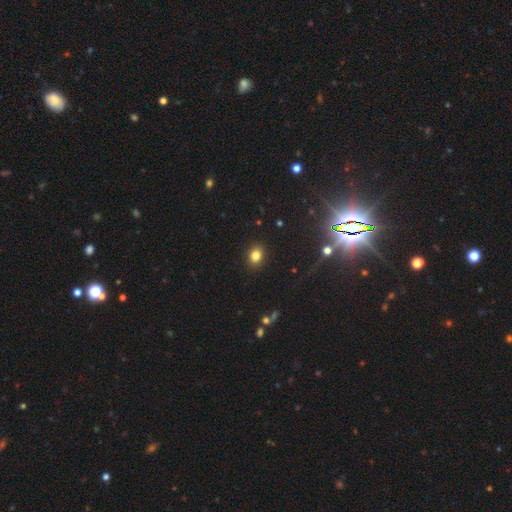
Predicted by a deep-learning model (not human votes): smooth 82%, star or artifact 12%, featured or disk 6%. Down the decision tree: how rounded — round (50%); merging — none (90%).